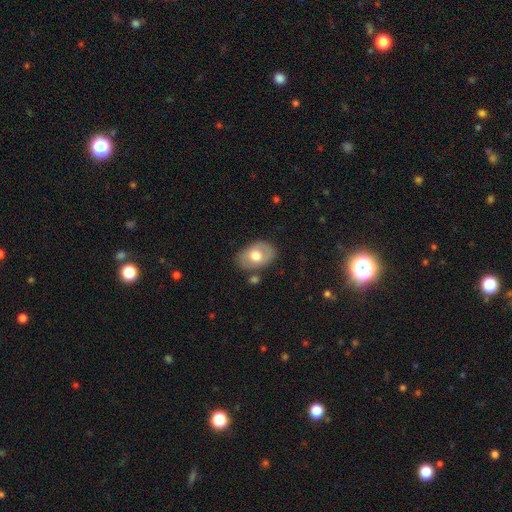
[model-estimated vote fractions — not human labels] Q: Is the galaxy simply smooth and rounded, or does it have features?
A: smooth — 57%.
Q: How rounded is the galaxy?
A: in between — 83%.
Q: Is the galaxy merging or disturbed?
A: none — 74%.